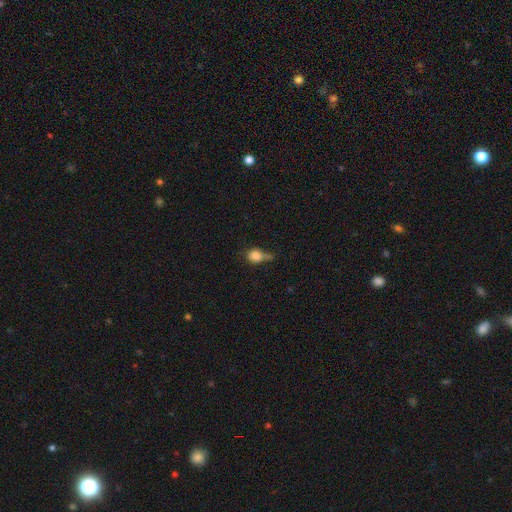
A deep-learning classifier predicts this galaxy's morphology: A smooth galaxy with no disk features (79%) that is round (52%). Merging: minor disturbance (36%).